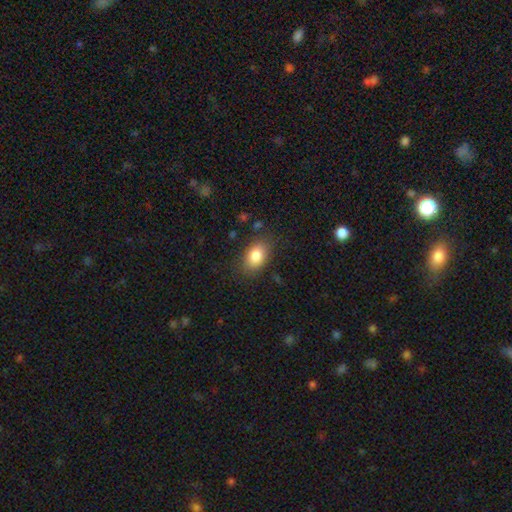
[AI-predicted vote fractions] Morphology: type=smooth (83%); roundness=in between (86%); merging=none (81%).